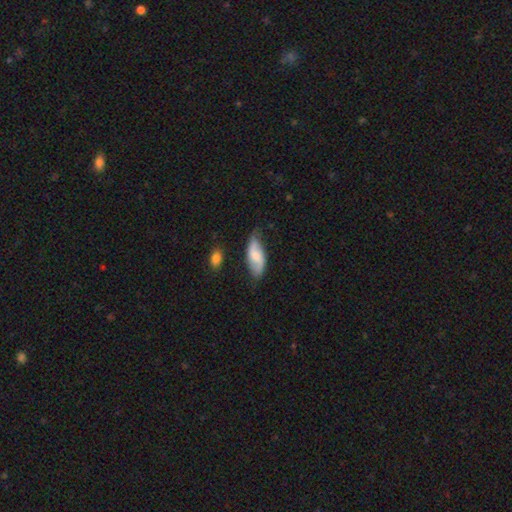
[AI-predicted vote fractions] A smooth galaxy with no disk features (50%). Merging: none (61%).